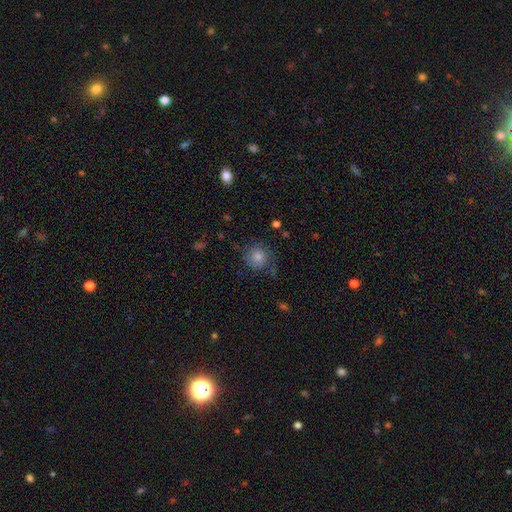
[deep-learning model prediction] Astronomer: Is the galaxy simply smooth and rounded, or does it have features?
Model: smooth — 61%.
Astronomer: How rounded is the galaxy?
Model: round — 87%.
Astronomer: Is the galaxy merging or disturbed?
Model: none — 69%.